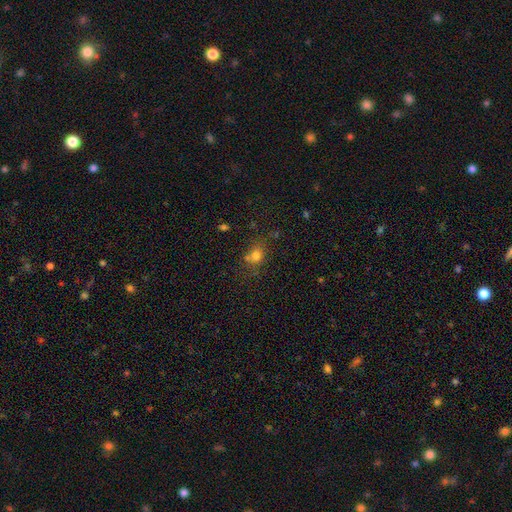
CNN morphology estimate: Smooth or featured: smooth — 73% (star or artifact — 16%)
How rounded: round — 64% (in between — 35%)
Merging: none — 56% (merger — 19%)